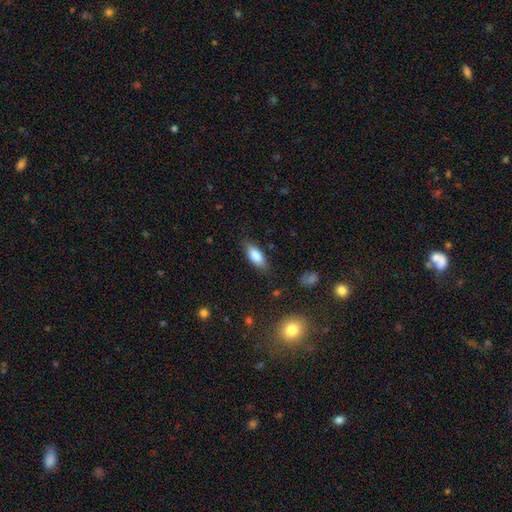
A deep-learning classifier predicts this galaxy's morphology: This is clearly a smooth galaxy (83%). How rounded: likely in between (78%). Merging: clearly none (82%).